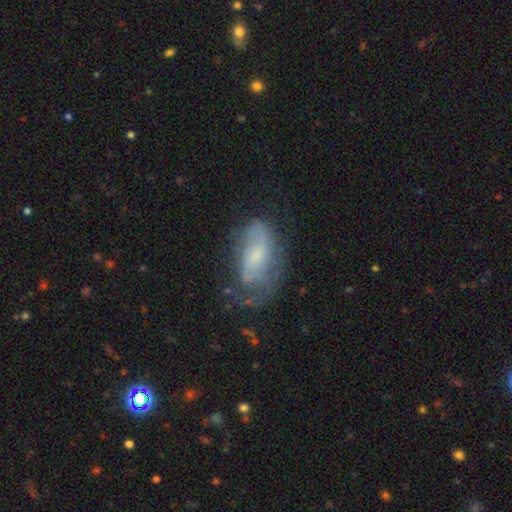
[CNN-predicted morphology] smooth_or_featured: featured or disk (p=0.59) [alt: smooth p=0.32]
disk_edge_on: no (p=0.94) [alt: yes p=0.06]
bar: no (p=0.55) [alt: weak p=0.36]
has_spiral_arms: yes (p=0.72) [alt: no p=0.28]
bulge_size: small (p=0.45) [alt: moderate p=0.34]
merging: none (p=0.45) [alt: minor disturbance p=0.27]